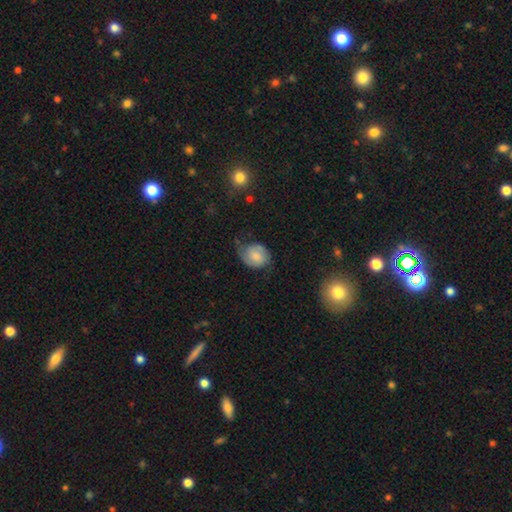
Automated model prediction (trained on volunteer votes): Overall: smooth (49%; featured or disk 43%). Merging: none (49%; minor disturbance 34%).